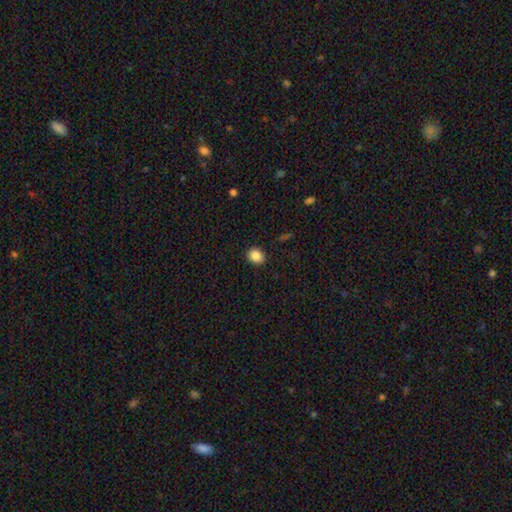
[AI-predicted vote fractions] The model was most divided on "how rounded": round: 65%, in between: 34%, cigar-shaped: 1%. More confident: merging — none (89%); smooth or featured — smooth (87%).